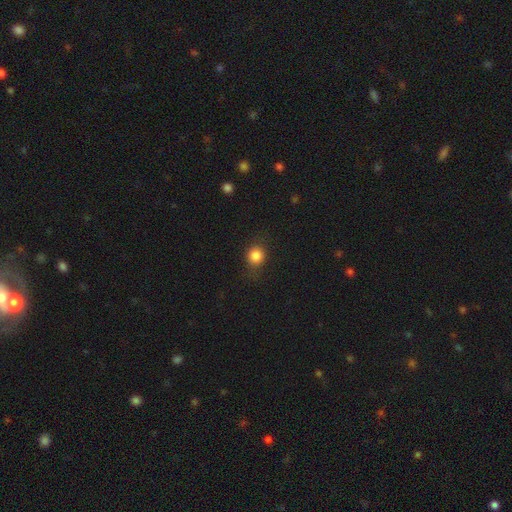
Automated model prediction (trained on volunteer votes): Smooth or featured?
  - smooth: 83% *
  - star or artifact: 11%
  - featured or disk: 6%
How rounded?
  - round: 82% *
  - in between: 16%
  - cigar-shaped: 1%
Merging?
  - none: 80% *
  - minor disturbance: 14%
  - major disturbance: 5%
  - merger: 1%